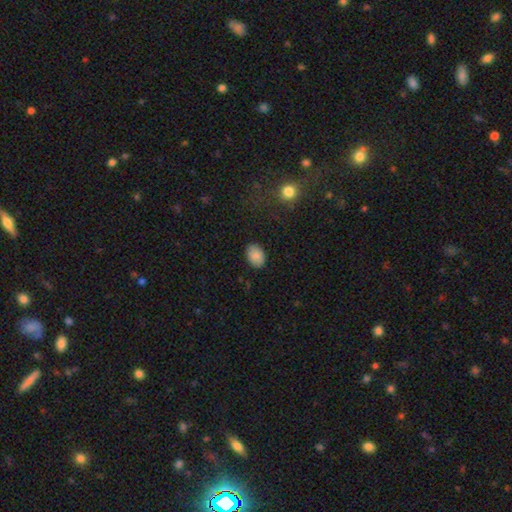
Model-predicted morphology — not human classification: Smooth or featured: smooth — 87% (star or artifact — 8%)
How rounded: in between — 81% (round — 18%)
Merging: none — 88% (minor disturbance — 9%)